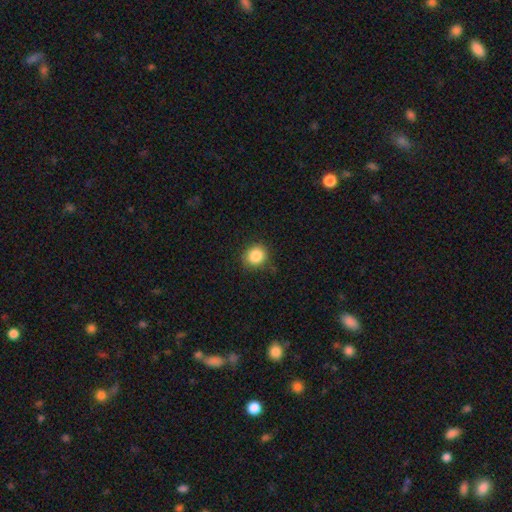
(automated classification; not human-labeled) Overall: smooth (86%). How rounded: round (79%). Merging: none (84%).